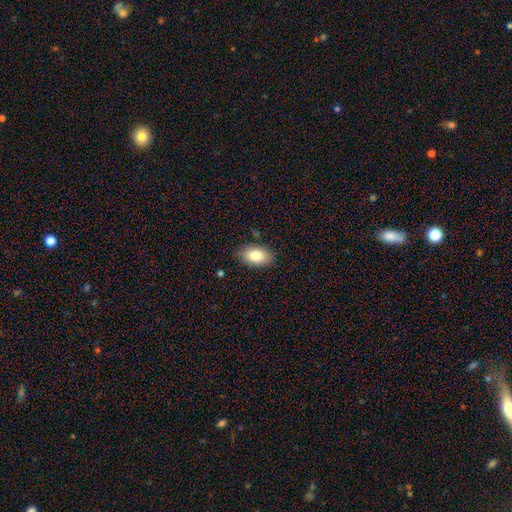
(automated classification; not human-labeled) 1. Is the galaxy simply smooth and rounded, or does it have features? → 84% smooth, 9% featured or disk, 7% star or artifact.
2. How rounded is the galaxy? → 92% in between, 6% round, 2% cigar-shaped.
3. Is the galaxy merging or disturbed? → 84% none, 12% minor disturbance, 3% major disturbance, 1% merger.